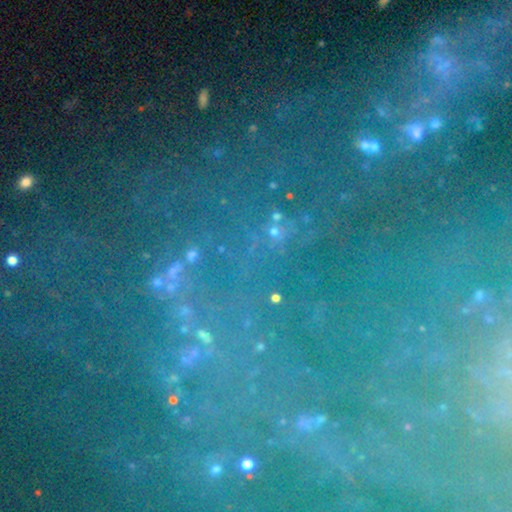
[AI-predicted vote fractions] A star or artifact, not a galaxy (70%).